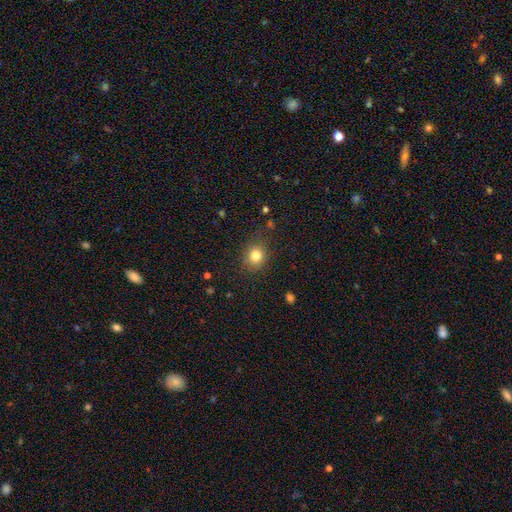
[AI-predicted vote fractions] This is clearly a smooth galaxy (80%). How rounded: likely round (72%). Merging: clearly none (82%).